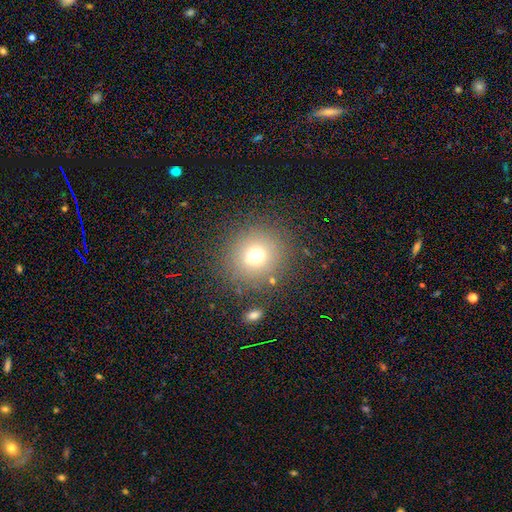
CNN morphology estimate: Q: Smooth or featured?
A: smooth (70%); runner-up: star or artifact (17%)
Q: How rounded?
A: round (90%); runner-up: in between (9%)
Q: Merging?
A: none (82%); runner-up: minor disturbance (9%)